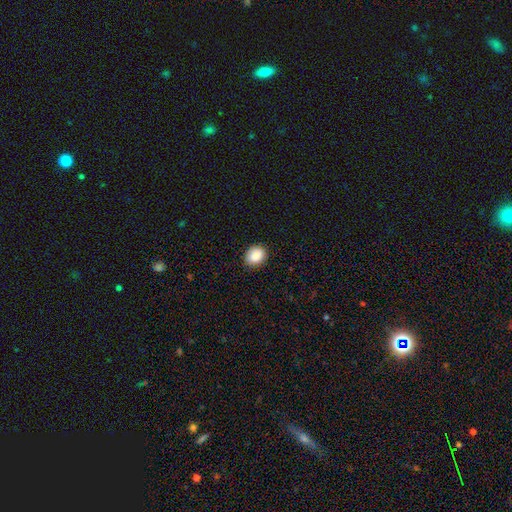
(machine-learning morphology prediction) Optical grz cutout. It shows a smooth galaxy with no disk features (89%) that is round (55%). Merging: none (88%).